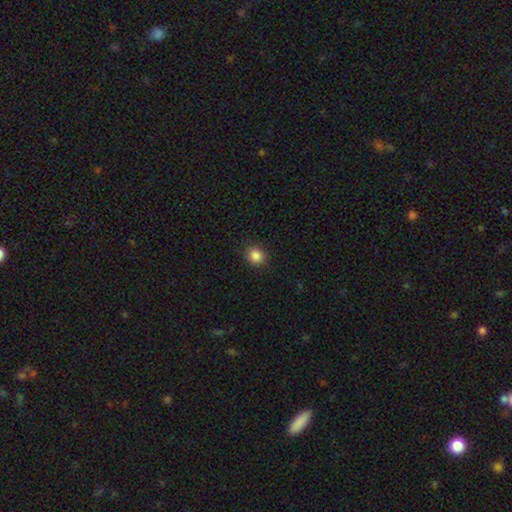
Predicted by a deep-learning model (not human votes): A smooth galaxy with no disk features (86%) that is round (88%).

Vote fractions:
- Smooth or featured? smooth: 86% / star or artifact: 11% / featured or disk: 3%
- How rounded? round: 88% / in between: 11% / cigar-shaped: 1%
- Merging? none: 90% / minor disturbance: 7% / major disturbance: 2% / merger: 1%